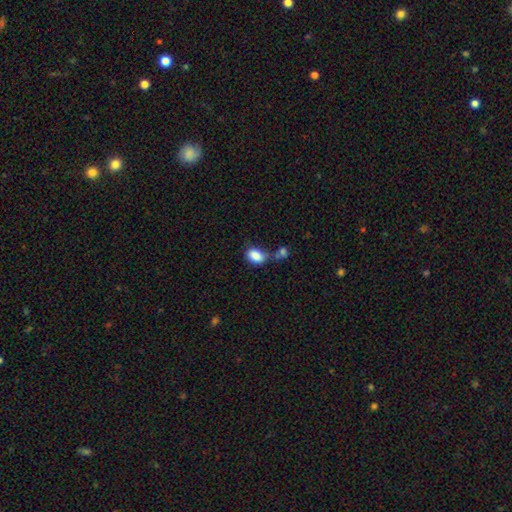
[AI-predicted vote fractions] A smooth galaxy with no disk features (86%) that is in between round and cigar-shaped (84%). Merging: none (49%).